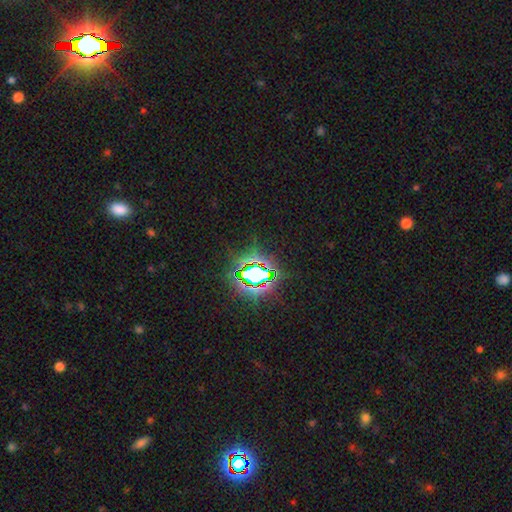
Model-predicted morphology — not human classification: A star or artifact, not a galaxy (81%).

Vote fractions:
- Smooth or featured? star or artifact: 81% / smooth: 11% / featured or disk: 8%